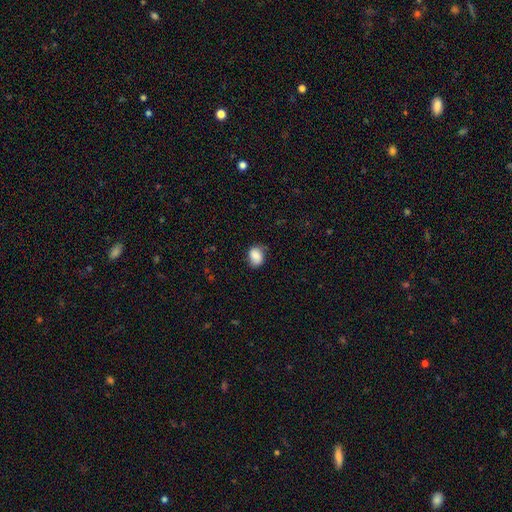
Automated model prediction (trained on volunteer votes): Q: Smooth or featured?
A: smooth (83%); runner-up: featured or disk (9%)
Q: How rounded?
A: in between (62%); runner-up: round (37%)
Q: Merging?
A: none (67%); runner-up: minor disturbance (25%)